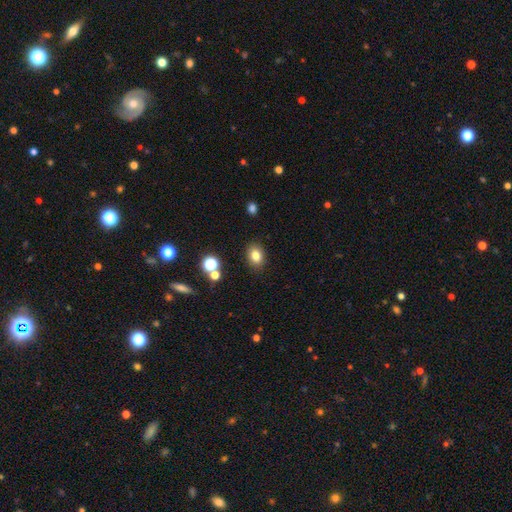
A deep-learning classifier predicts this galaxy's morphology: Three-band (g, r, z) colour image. It shows a smooth galaxy with no disk features (81%) that is in between round and cigar-shaped (65%). Merging: none (87%).